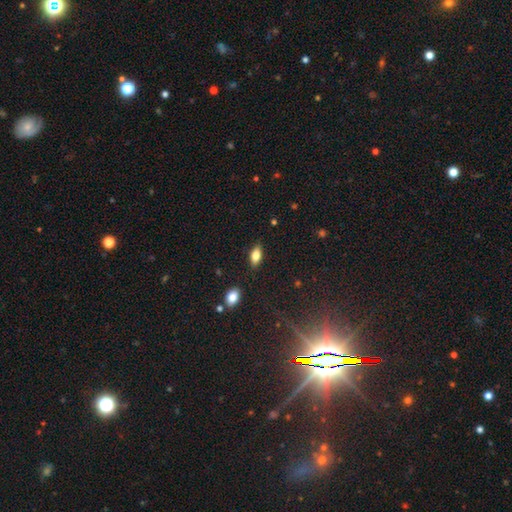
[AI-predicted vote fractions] This appears to be a smooth galaxy with no disk features (75%) that is in between round and cigar-shaped (86%). Merging: none (86%).